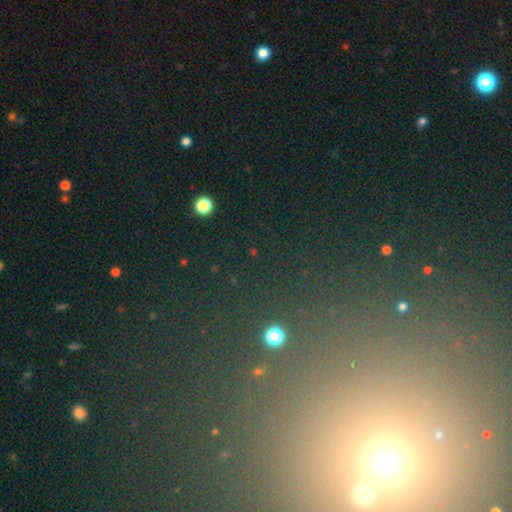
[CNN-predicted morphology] This appears to be a star or artifact, not a galaxy (68%).